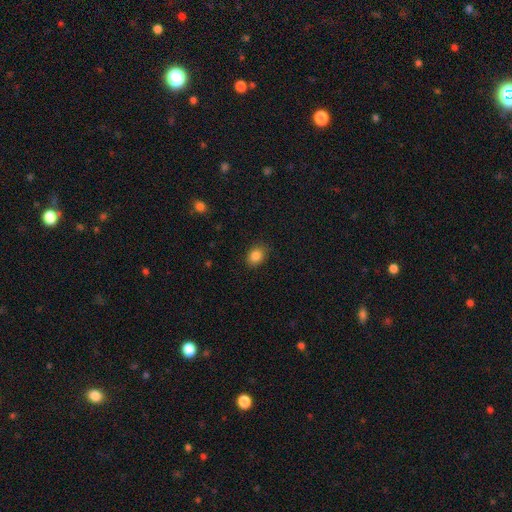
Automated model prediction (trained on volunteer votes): A smooth galaxy with no disk features (85%) that is in between round and cigar-shaped (58%).

Vote fractions:
- Smooth or featured? smooth: 85% / star or artifact: 10% / featured or disk: 5%
- How rounded? in between: 58% / round: 41% / cigar-shaped: 1%
- Merging? none: 86% / minor disturbance: 11% / major disturbance: 3% / merger: 1%